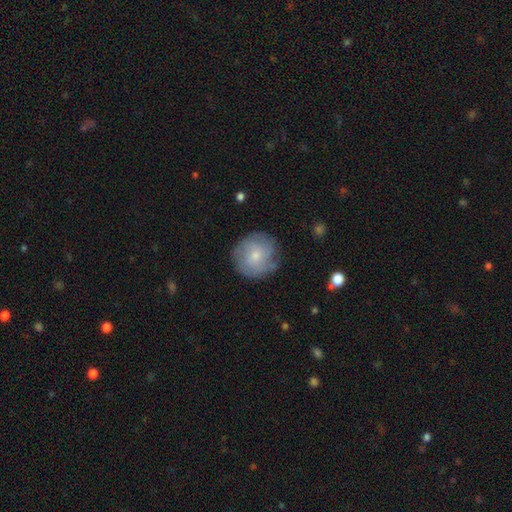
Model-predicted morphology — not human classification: A smooth galaxy with no disk features (50%) that is round (90%).

Vote fractions:
- Smooth or featured? smooth: 50% / featured or disk: 43% / star or artifact: 7%
- How rounded? round: 90% / in between: 9% / cigar-shaped: 1%
- Merging? none: 76% / minor disturbance: 17% / major disturbance: 5% / merger: 2%